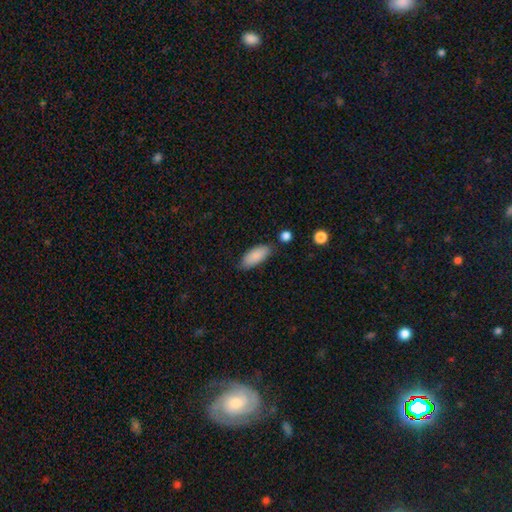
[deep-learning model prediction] smooth 88%, star or artifact 6%, featured or disk 6%. Down the decision tree: how rounded — in between (82%); merging — none (79%).